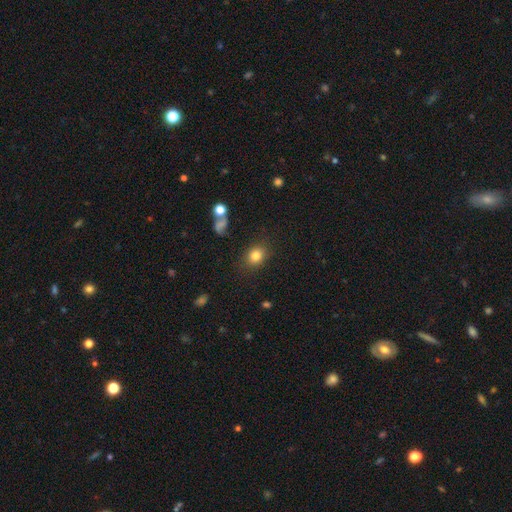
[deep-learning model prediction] Smooth or featured?
  - smooth: 81% *
  - star or artifact: 11%
  - featured or disk: 8%
How rounded?
  - round: 50% *
  - in between: 49%
  - cigar-shaped: 1%
Merging?
  - none: 83% *
  - minor disturbance: 11%
  - major disturbance: 4%
  - merger: 2%